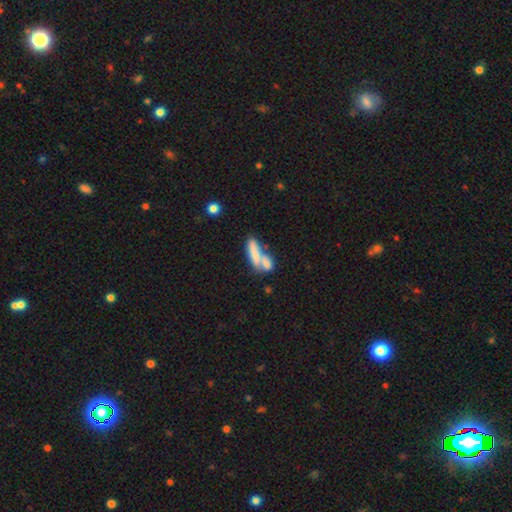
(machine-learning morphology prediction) This appears to be a smooth galaxy with no disk features (66%) that is cigar-shaped (51%). Merging: merger (57%).